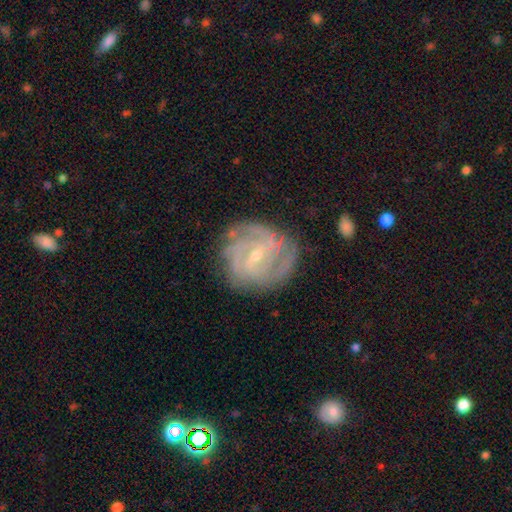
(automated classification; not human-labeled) Smooth or featured?
  - featured or disk: 88% *
  - smooth: 7%
  - star or artifact: 5%
Edge-on disk?
  - no: 98% *
  - yes: 2%
Bar?
  - weak: 53% *
  - no: 25%
  - strong: 21%
Spiral arms?
  - yes: 97% *
  - no: 3%
Spiral winding?
  - tight: 64% *
  - medium: 30%
  - loose: 5%
Spiral arm count?
  - 3: 28% *
  - can't tell: 22%
  - 4: 21%
  - 2: 18%
  - more than 4: 6%
  - 1: 6%
Bulge size?
  - small: 70% *
  - moderate: 27%
  - none: 1%
  - large: 1%
  - dominant: 1%
Merging?
  - none: 76% *
  - minor disturbance: 17%
  - major disturbance: 6%
  - merger: 1%